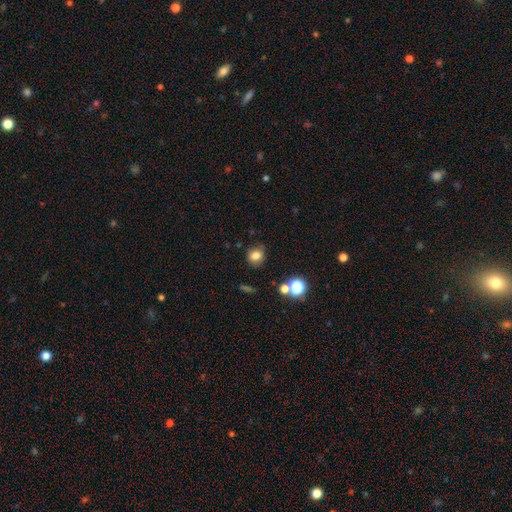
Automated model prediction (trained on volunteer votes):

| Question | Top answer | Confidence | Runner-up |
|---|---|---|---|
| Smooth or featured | smooth | 77% | star or artifact (14%) |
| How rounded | round | 74% | in between (25%) |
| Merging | none | 80% | minor disturbance (13%) |